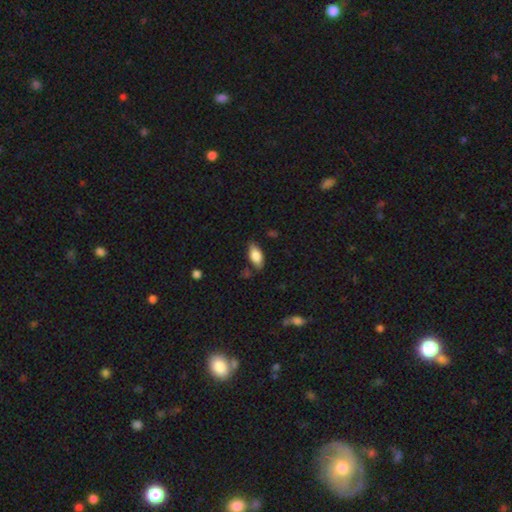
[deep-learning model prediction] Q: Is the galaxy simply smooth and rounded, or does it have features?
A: smooth — 81%.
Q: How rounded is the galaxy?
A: in between — 89%.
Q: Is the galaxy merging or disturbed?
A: none — 75%.